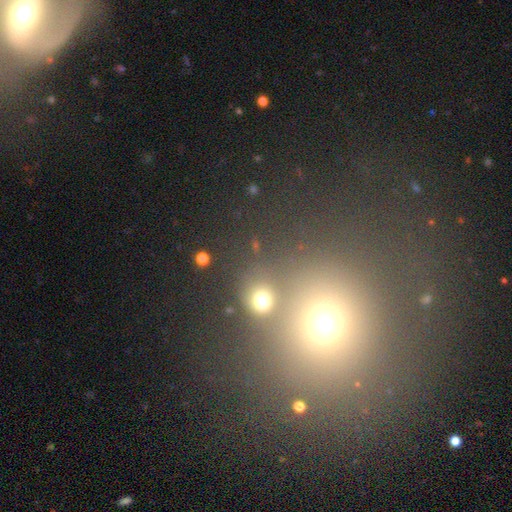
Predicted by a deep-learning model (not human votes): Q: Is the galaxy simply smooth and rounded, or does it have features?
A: smooth — 53%.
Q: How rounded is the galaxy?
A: round — 88%.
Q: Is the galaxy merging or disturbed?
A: none — 71%.